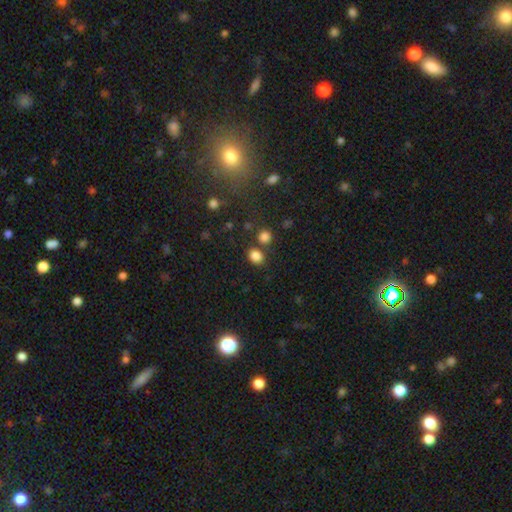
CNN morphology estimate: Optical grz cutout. It shows a smooth galaxy with no disk features (84%) that is in between round and cigar-shaped (52%). Merging: none (70%).